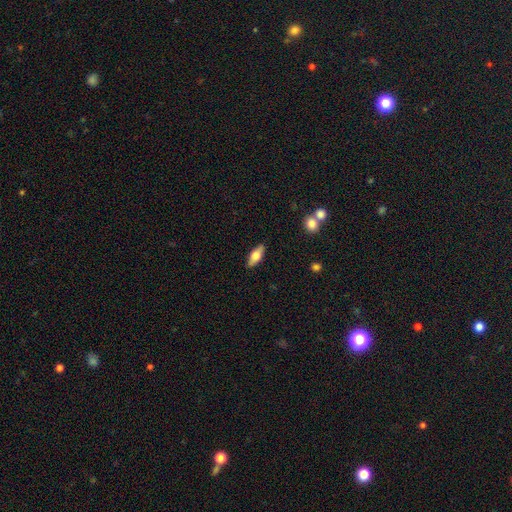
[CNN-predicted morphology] type=smooth (64%); roundness=in between (76%); merging=none (87%).